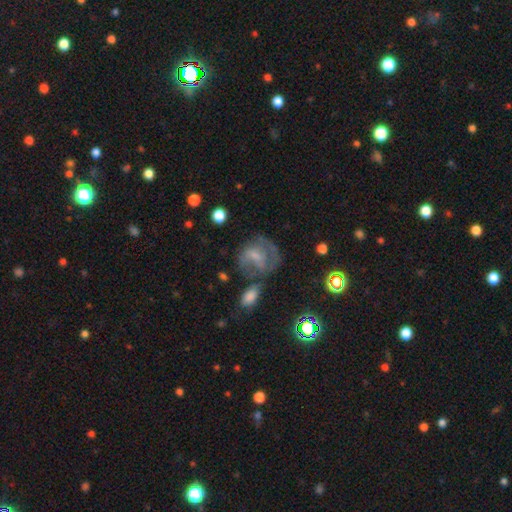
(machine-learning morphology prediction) Smooth or featured?
  - featured or disk: 50% *
  - smooth: 38%
  - star or artifact: 12%
Edge-on disk?
  - no: 97% *
  - yes: 3%
Merging?
  - none: 43% *
  - major disturbance: 26%
  - minor disturbance: 21%
  - merger: 10%